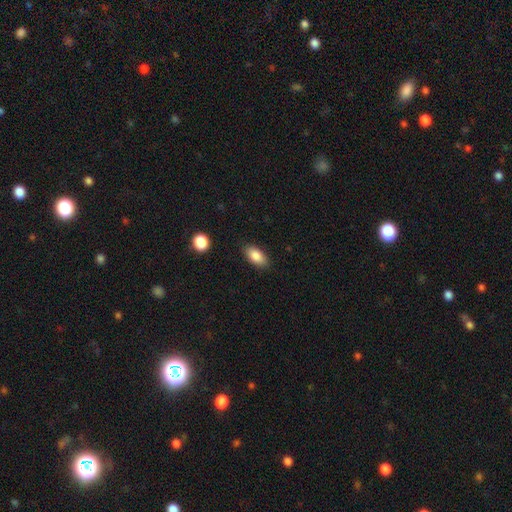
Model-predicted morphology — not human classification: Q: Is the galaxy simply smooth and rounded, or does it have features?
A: smooth — 85%.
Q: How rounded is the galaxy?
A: in between — 90%.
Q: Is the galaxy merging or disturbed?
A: none — 86%.